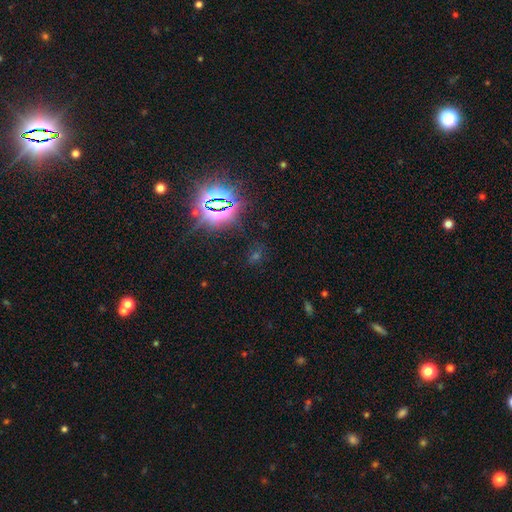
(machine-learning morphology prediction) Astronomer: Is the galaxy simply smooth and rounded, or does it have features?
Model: star or artifact — 71%.